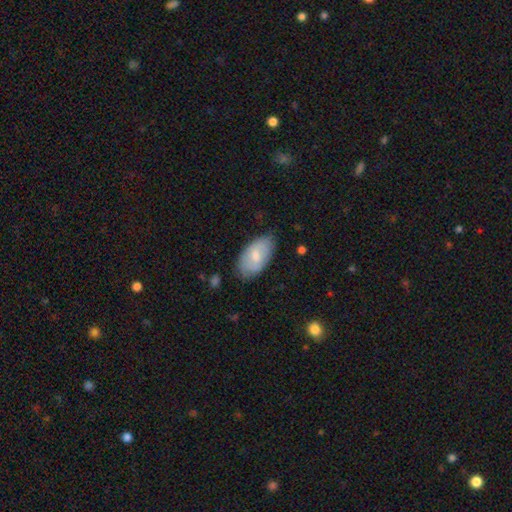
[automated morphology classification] smooth-or-featured: smooth: 66% | featured or disk: 28% | star or artifact: 6%
  how-rounded: in between: 95% | round: 3% | cigar-shaped: 2%
  merging: none: 70% | minor disturbance: 24% | major disturbance: 4% | merger: 1%